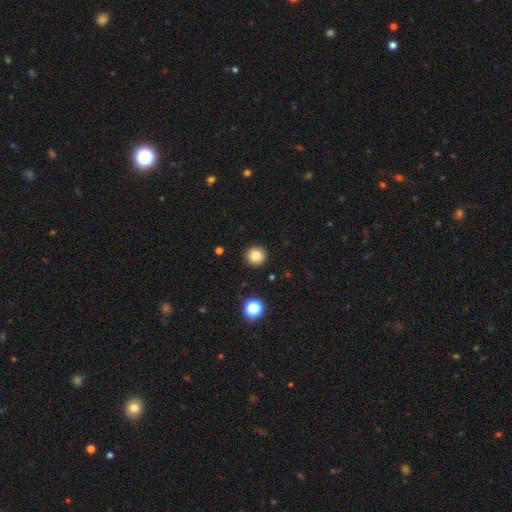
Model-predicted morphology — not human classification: Smooth or featured? Predicted: smooth (p=0.84). How rounded? Predicted: round (p=0.95). Merging? Predicted: none (p=0.92).